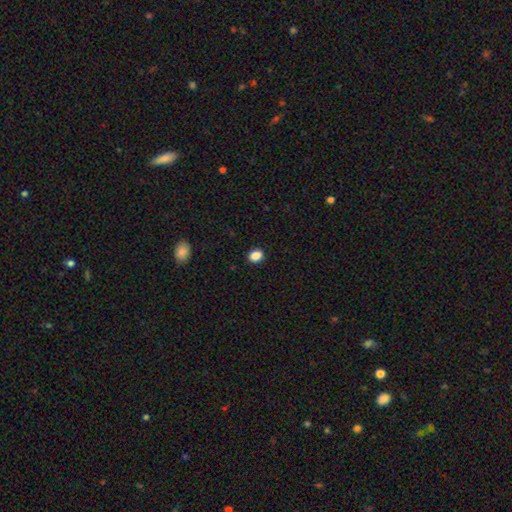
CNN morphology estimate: smooth 87%, star or artifact 10%, featured or disk 3%. Down the decision tree: how rounded — in between (57%); merging — none (90%).